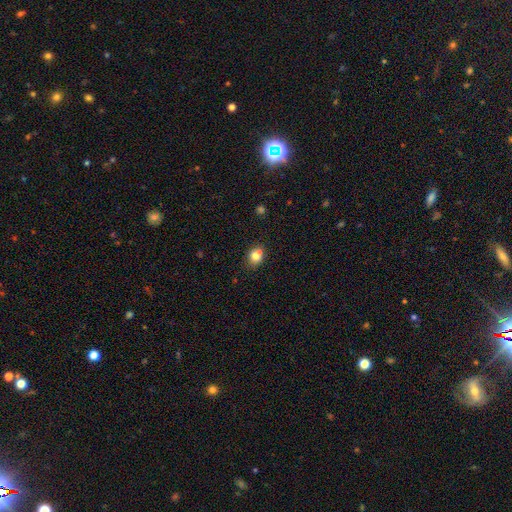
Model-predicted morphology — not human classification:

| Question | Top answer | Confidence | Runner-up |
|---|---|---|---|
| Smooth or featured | smooth | 80% | star or artifact (11%) |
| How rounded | round | 55% | in between (43%) |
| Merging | none | 65% | minor disturbance (18%) |